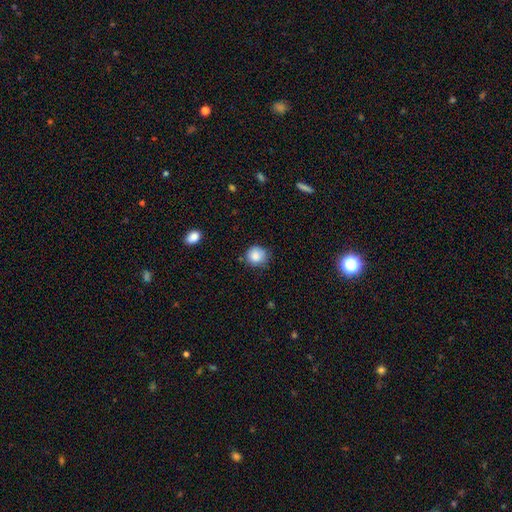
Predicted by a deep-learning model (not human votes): Smooth or featured: smooth — 85% (star or artifact — 9%)
How rounded: round — 86% (in between — 13%)
Merging: none — 72% (minor disturbance — 22%)